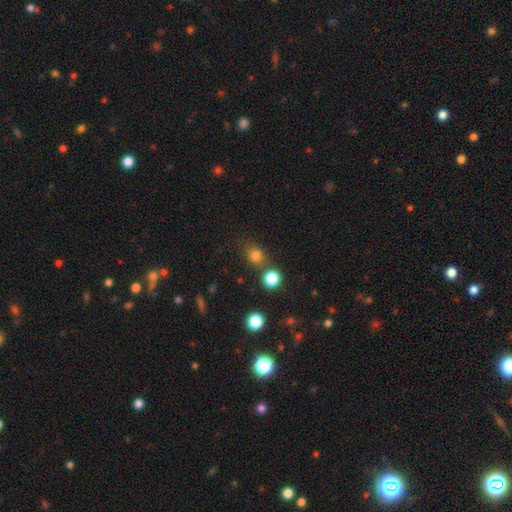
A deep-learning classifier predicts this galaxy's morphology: Smooth or featured: smooth — 78% (star or artifact — 16%)
How rounded: round — 75% (in between — 24%)
Merging: none — 69% (merger — 14%)